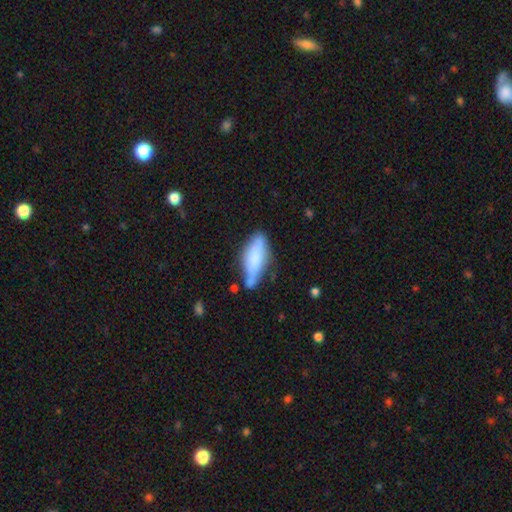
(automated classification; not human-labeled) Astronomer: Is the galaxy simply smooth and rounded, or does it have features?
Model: smooth — 72%.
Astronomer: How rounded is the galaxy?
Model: in between — 65%.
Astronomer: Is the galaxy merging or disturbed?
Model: none — 57%.